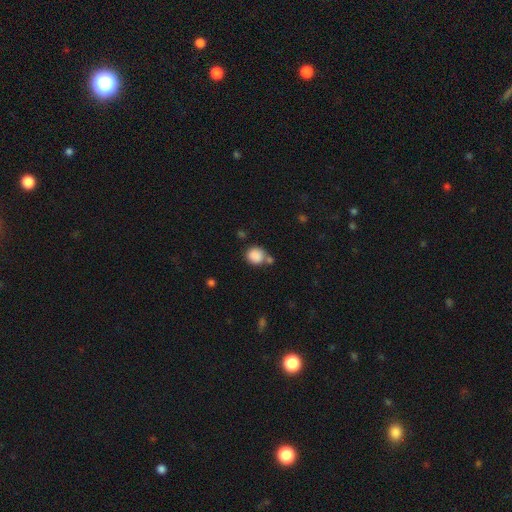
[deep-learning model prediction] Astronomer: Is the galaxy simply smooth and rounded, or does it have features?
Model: smooth — 87%.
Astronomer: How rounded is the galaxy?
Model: round — 81%.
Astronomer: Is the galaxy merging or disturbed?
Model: none — 58%.